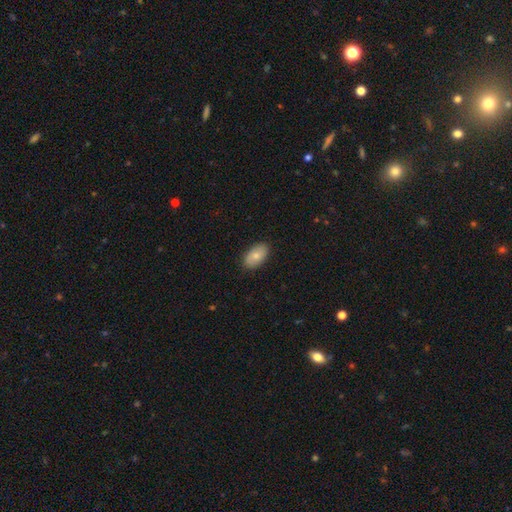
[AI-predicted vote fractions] Smooth or featured? Predicted: smooth (p=0.78). How rounded? Predicted: in between (p=0.94). Merging? Predicted: none (p=0.87).